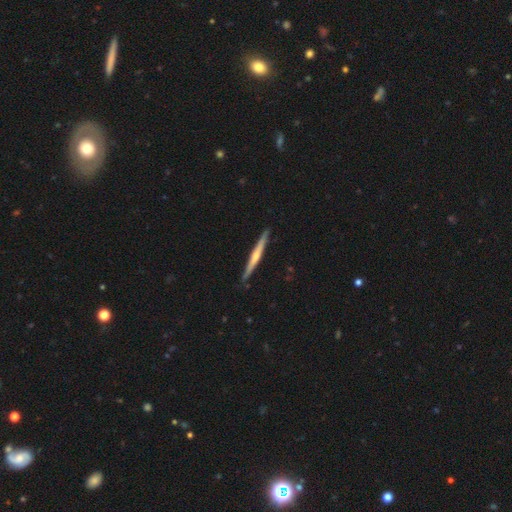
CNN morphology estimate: type=featured or disk (60%); edge-on=yes (97%); edge-on bulge=rounded (61%); merging=none (88%).